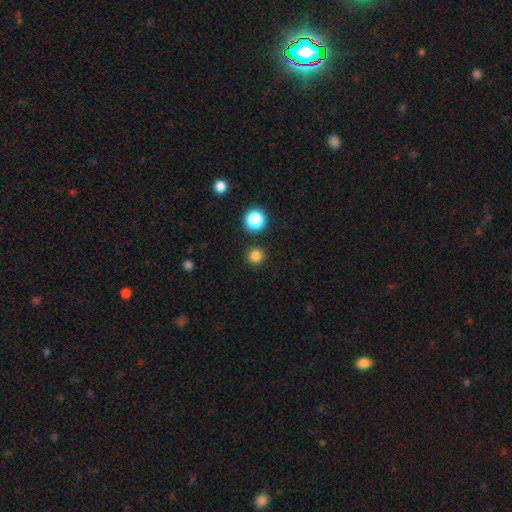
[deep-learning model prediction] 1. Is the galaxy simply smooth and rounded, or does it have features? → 81% smooth, 15% star or artifact, 4% featured or disk.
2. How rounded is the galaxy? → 95% round, 4% in between, 1% cigar-shaped.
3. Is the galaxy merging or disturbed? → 90% none, 5% minor disturbance, 3% merger, 2% major disturbance.